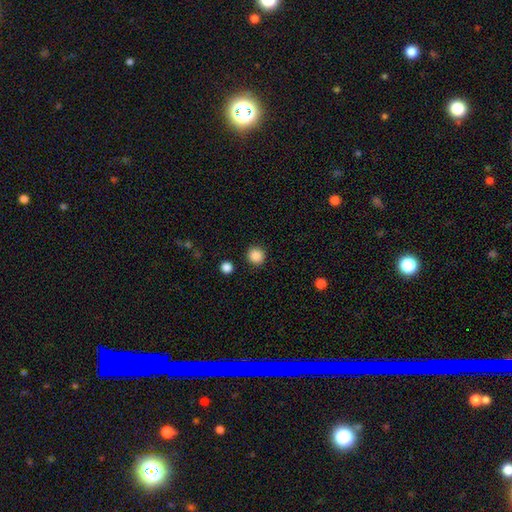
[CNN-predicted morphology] This appears to be a smooth galaxy with no disk features (87%) that is round (92%). Merging: none (90%).